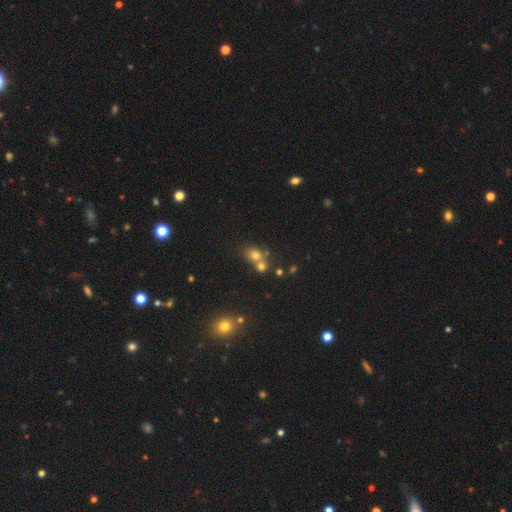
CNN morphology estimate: A smooth galaxy with no disk features (67%) that is round (69%). Merging: none (44%, tied with merger).